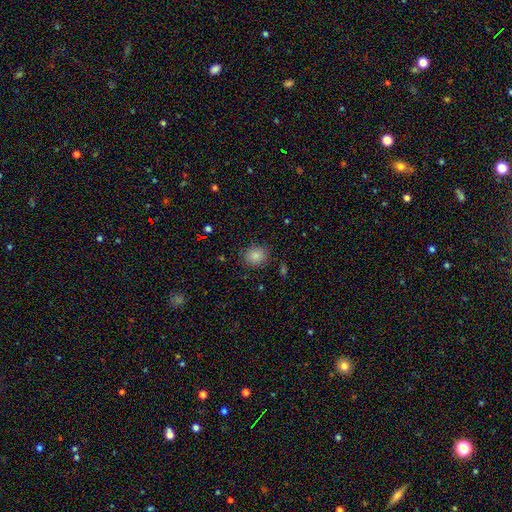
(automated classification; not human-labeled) Smooth or featured: smooth — 84% (star or artifact — 10%)
How rounded: round — 71% (in between — 28%)
Merging: none — 83% (minor disturbance — 12%)